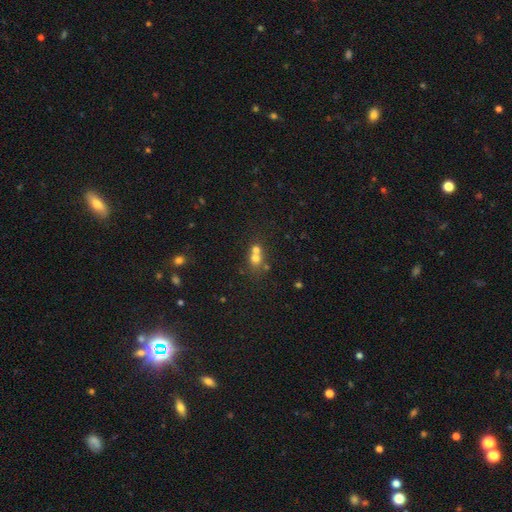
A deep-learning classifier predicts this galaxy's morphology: Smooth or featured? Predicted: smooth (p=0.66). How rounded? Predicted: round (p=0.76). Merging? Predicted: merger (p=0.62).